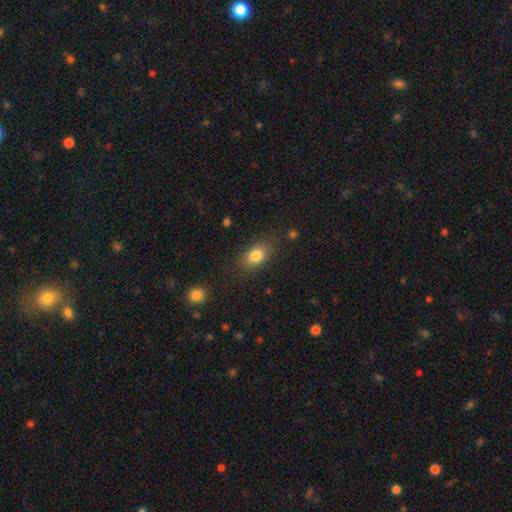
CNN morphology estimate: Smooth or featured: smooth — 82% (star or artifact — 9%)
How rounded: in between — 78% (round — 20%)
Merging: none — 82% (minor disturbance — 13%)